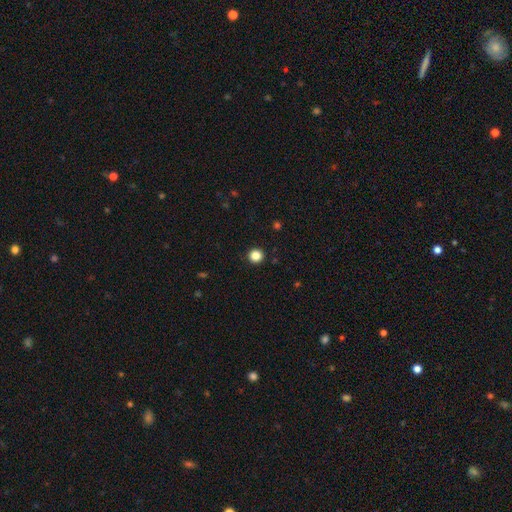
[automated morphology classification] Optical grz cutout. It shows a smooth galaxy with no disk features (85%) that is round (95%). Merging: none (93%).